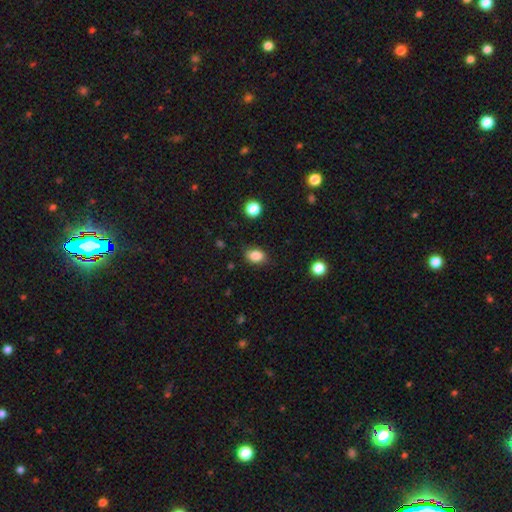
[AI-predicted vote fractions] smooth-or-featured: smooth: 86% | star or artifact: 9% | featured or disk: 5%
  how-rounded: in between: 76% | round: 23% | cigar-shaped: 1%
  merging: none: 84% | minor disturbance: 12% | major disturbance: 3% | merger: 1%